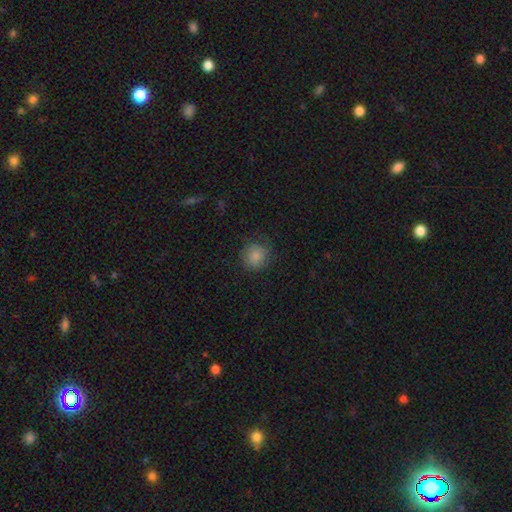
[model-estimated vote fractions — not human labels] A smooth galaxy with no disk features (84%) that is round (89%).

Vote fractions:
- Smooth or featured? smooth: 84% / star or artifact: 10% / featured or disk: 6%
- How rounded? round: 89% / in between: 11% / cigar-shaped: 1%
- Merging? none: 76% / minor disturbance: 17% / major disturbance: 6% / merger: 1%